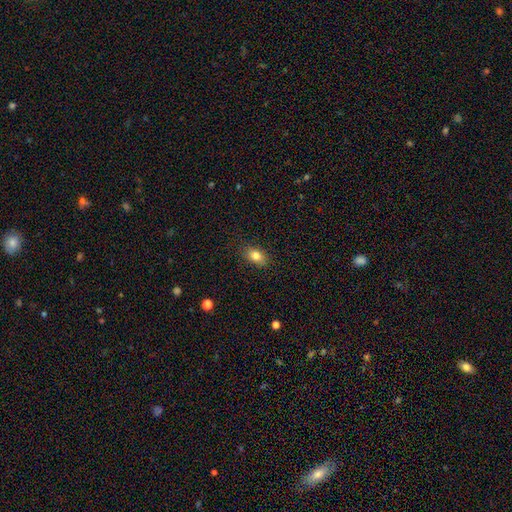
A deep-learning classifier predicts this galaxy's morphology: Overall: smooth (82%). How rounded: in between (80%). Merging: none (85%).